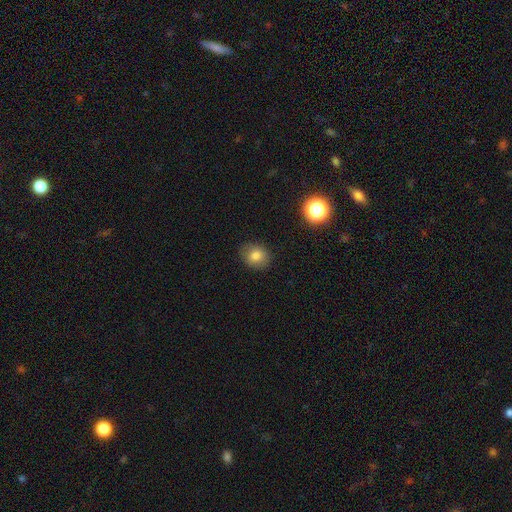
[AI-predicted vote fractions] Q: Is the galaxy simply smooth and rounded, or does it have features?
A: smooth — 79%.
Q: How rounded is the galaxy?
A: round — 69%.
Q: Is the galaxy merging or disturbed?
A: none — 84%.